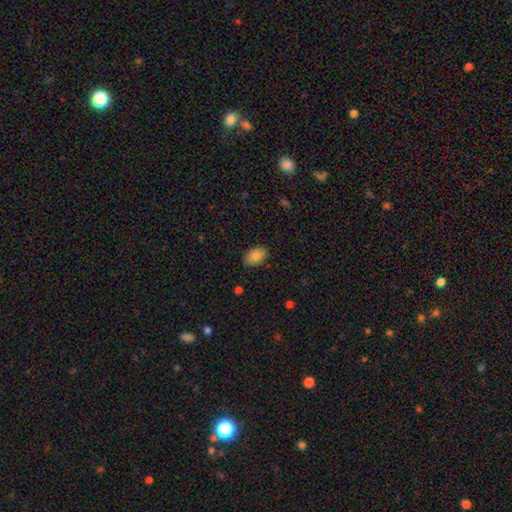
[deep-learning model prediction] A smooth galaxy with no disk features (82%) that is in between round and cigar-shaped (89%). Merging: none (87%).